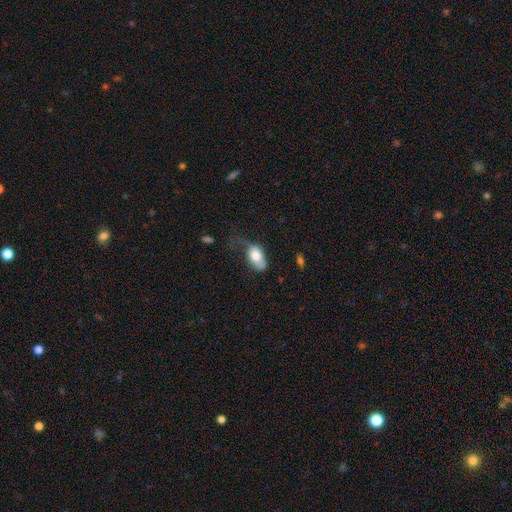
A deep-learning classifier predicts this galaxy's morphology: type=smooth (75%); roundness=in between (90%); merging=major disturbance (34%).